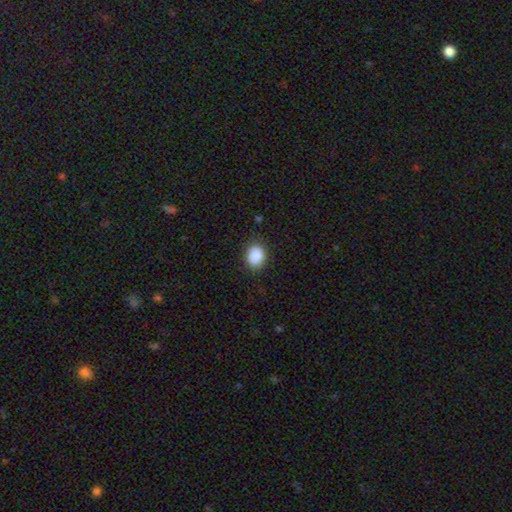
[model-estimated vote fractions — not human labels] smooth-or-featured: smooth: 89% | star or artifact: 8% | featured or disk: 3%
  how-rounded: round: 50% | in between: 49% | cigar-shaped: 1%
  merging: none: 85% | minor disturbance: 11% | major disturbance: 3% | merger: 1%